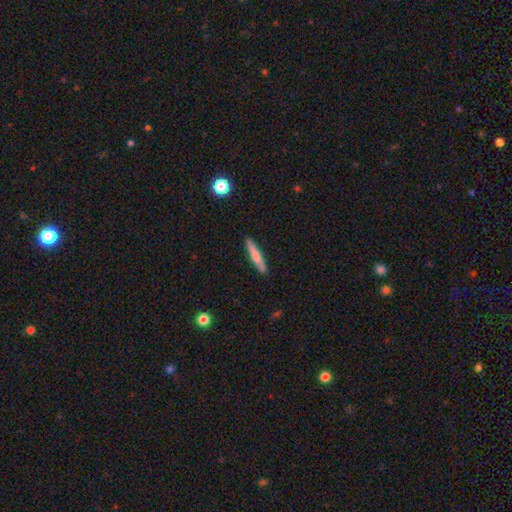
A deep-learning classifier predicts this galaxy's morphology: Smooth or featured? smooth (65%)
How rounded? cigar-shaped (91%)
Merging? none (90%)